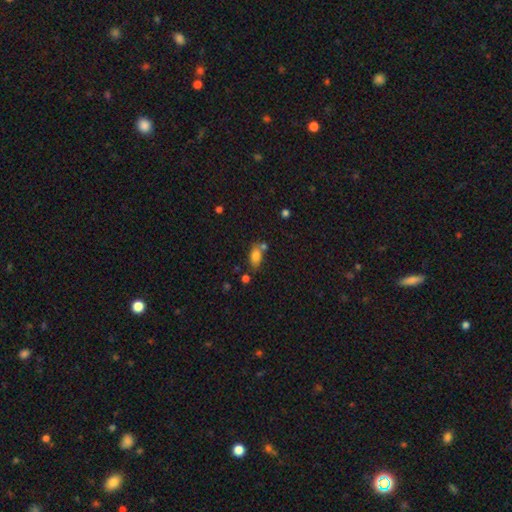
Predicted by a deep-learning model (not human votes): Smooth or featured? smooth (80%)
How rounded? in between (87%)
Merging? none (54%)